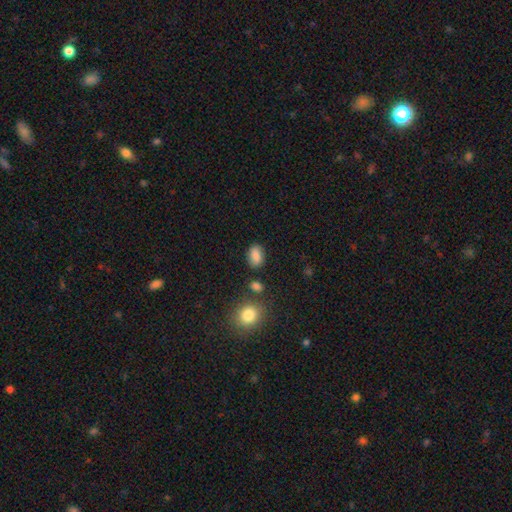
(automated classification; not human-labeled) smooth_or_featured: smooth (p=0.85) [alt: star or artifact p=0.09]
how_rounded: in between (p=0.85) [alt: round p=0.13]
merging: none (p=0.80) [alt: minor disturbance p=0.13]